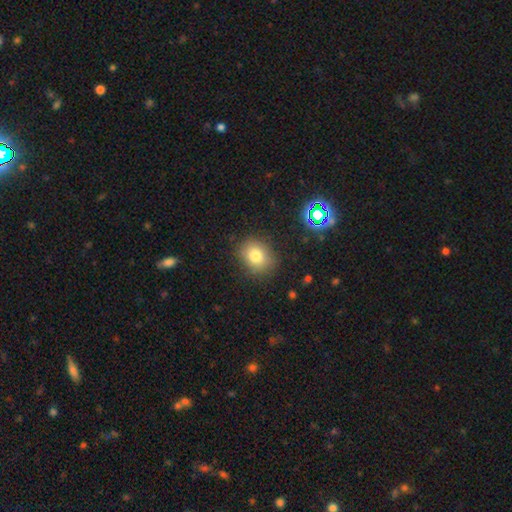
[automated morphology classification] This appears to be a smooth galaxy with no disk features (78%) that is round (61%). Merging: none (84%).